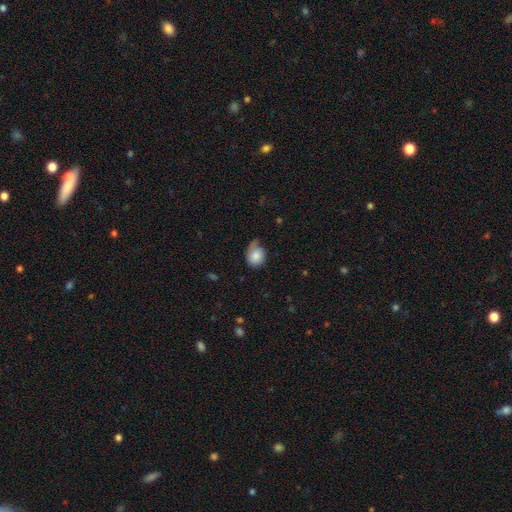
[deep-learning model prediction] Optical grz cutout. It shows a smooth galaxy with no disk features (79%) that is round (66%). Merging: none (43%).